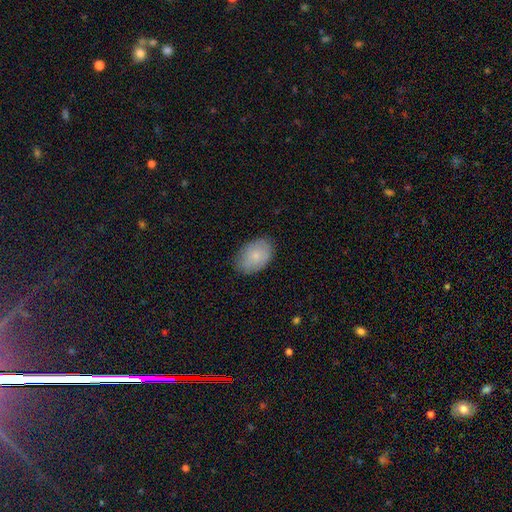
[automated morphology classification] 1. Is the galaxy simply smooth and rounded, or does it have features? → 77% smooth, 17% featured or disk, 6% star or artifact.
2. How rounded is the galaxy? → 87% in between, 12% round, 1% cigar-shaped.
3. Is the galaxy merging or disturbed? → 80% none, 16% minor disturbance, 3% major disturbance, 1% merger.